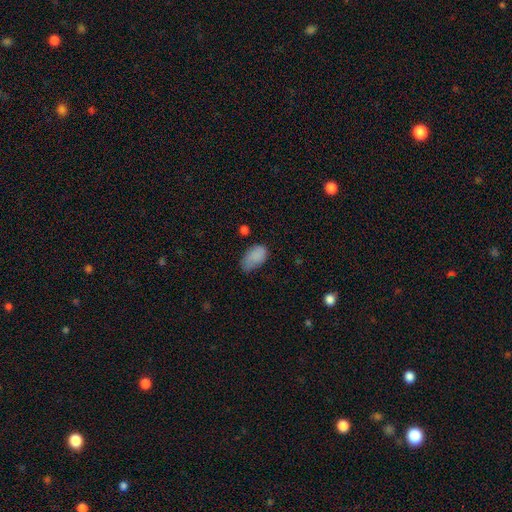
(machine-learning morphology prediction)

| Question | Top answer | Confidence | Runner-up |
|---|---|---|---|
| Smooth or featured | smooth | 84% | featured or disk (8%) |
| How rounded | in between | 93% | round (5%) |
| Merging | none | 48% | minor disturbance (38%) |